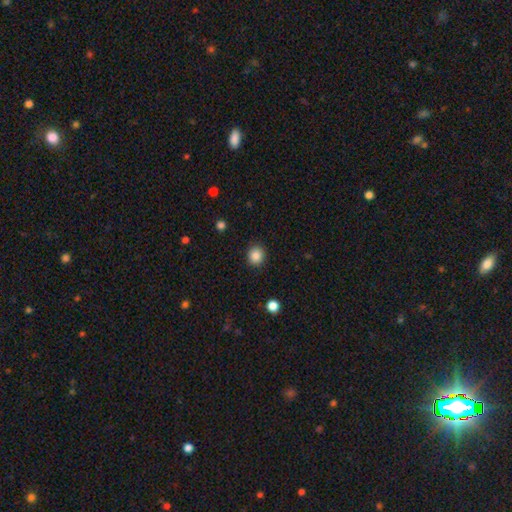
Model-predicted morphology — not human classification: Overall: smooth (86%). How rounded: round (85%). Merging: none (90%).